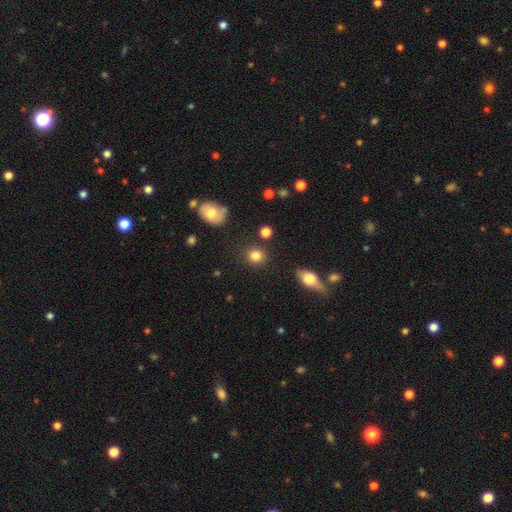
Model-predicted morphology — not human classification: smooth 83%, star or artifact 11%, featured or disk 6%. Down the decision tree: how rounded — round (81%); merging — none (85%).